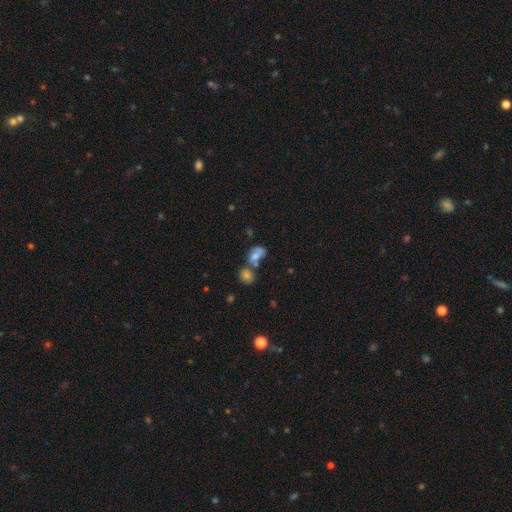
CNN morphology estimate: type=smooth (63%); roundness=in between (72%); merging=merger (47%).